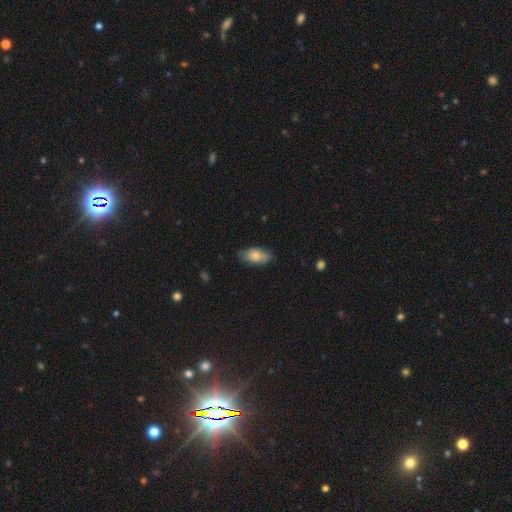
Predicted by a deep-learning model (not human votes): Smooth or featured? Predicted: smooth (p=0.72). How rounded? Predicted: in between (p=0.90). Merging? Predicted: none (p=0.72).